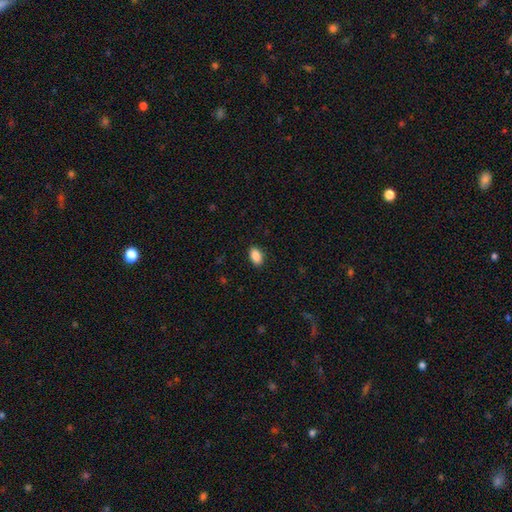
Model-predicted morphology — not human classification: smooth 89%, star or artifact 8%, featured or disk 4%. Down the decision tree: how rounded — in between (91%); merging — none (89%).